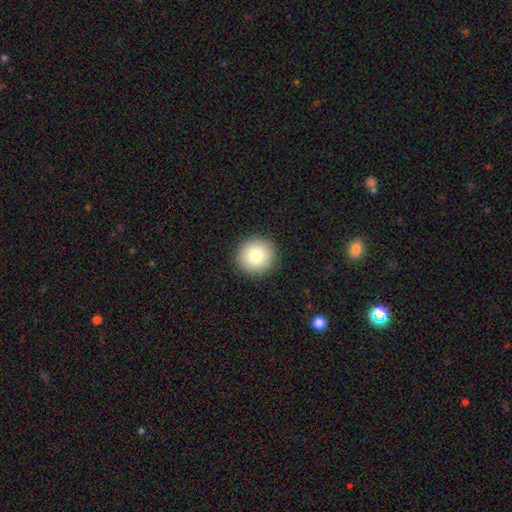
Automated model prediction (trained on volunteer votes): A smooth galaxy with no disk features (82%) that is round (94%).

Vote fractions:
- Smooth or featured? smooth: 82% / star or artifact: 9% / featured or disk: 8%
- How rounded? round: 94% / in between: 5% / cigar-shaped: 1%
- Merging? none: 92% / minor disturbance: 5% / major disturbance: 2% / merger: 1%